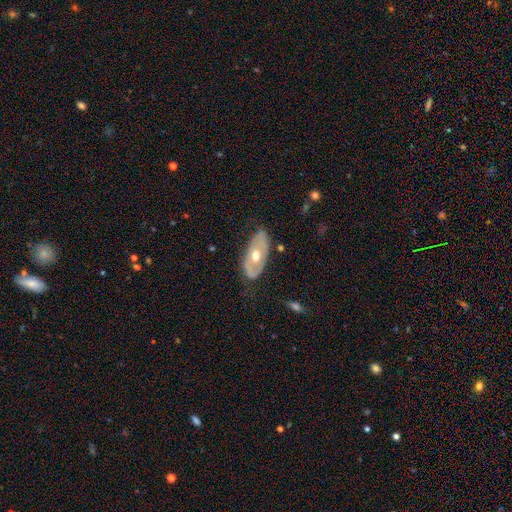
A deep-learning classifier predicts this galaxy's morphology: Smooth or featured? Predicted: featured or disk (p=0.62). Edge-on disk? Predicted: no (p=0.84). Bar? Predicted: no (p=0.85). Spiral arms? Predicted: no (p=0.71). Bulge size? Predicted: moderate (p=0.77). Merging? Predicted: none (p=0.75).